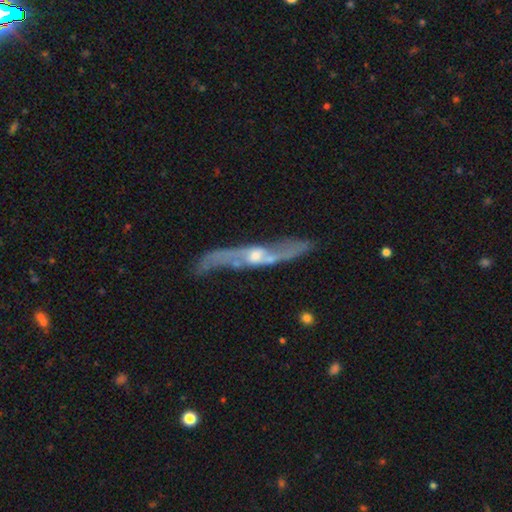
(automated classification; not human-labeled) Q: Smooth or featured?
A: featured or disk (83%); runner-up: smooth (12%)
Q: Edge-on disk?
A: yes (55%); runner-up: no (45%)
Q: Merging?
A: none (65%); runner-up: minor disturbance (20%)